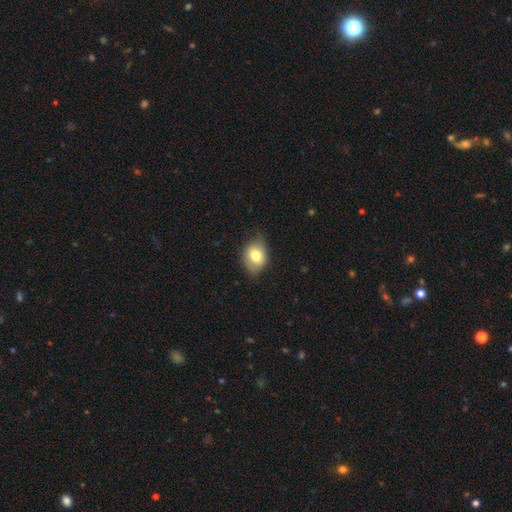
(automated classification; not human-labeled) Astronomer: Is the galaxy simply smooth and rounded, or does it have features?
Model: smooth — 74%.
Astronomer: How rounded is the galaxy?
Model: in between — 64%.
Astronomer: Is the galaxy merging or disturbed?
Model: none — 66%.